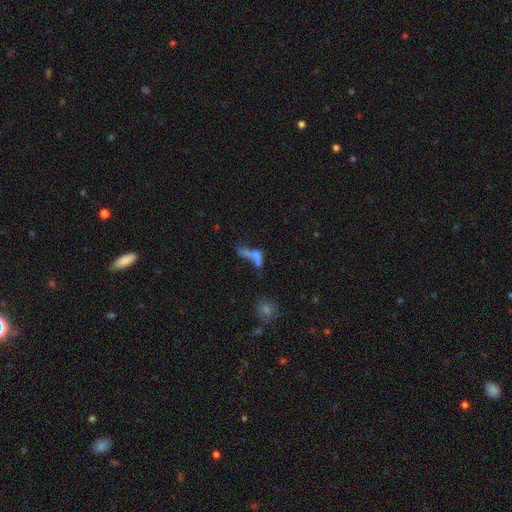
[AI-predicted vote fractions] Smooth or featured? Predicted: smooth (p=0.52). How rounded? Predicted: in between (p=0.55). Merging? Predicted: merger (p=0.52).